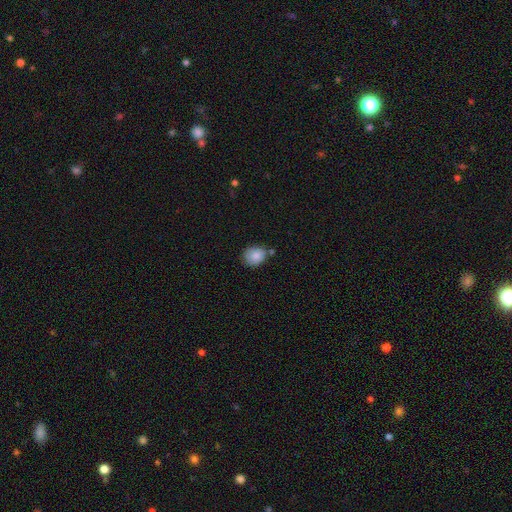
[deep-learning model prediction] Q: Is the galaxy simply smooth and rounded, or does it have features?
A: smooth — 85%.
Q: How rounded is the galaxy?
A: round — 60%.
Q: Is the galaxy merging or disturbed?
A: none — 64%.